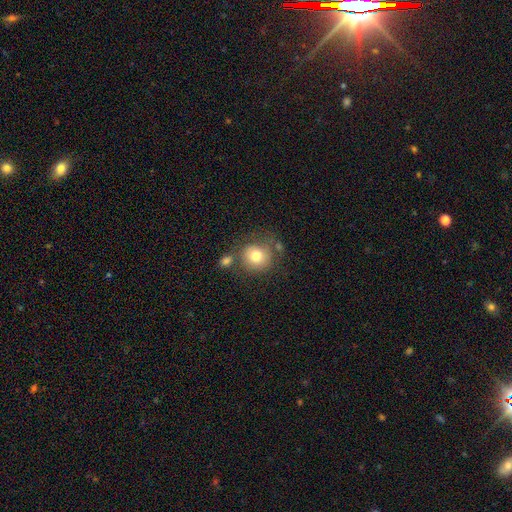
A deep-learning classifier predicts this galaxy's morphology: Overall: smooth (77%). How rounded: round (87%). Merging: none (61%).